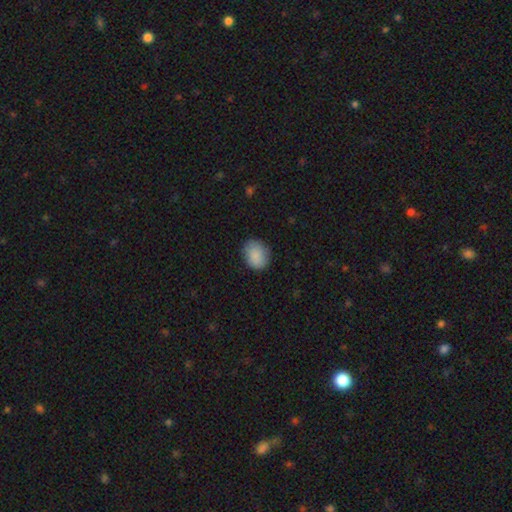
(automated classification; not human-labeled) Q: Smooth or featured?
A: smooth (88%); runner-up: star or artifact (7%)
Q: How rounded?
A: round (53%); runner-up: in between (46%)
Q: Merging?
A: none (79%); runner-up: minor disturbance (16%)